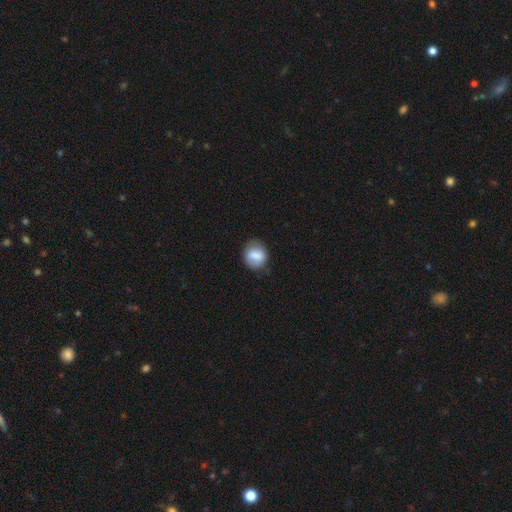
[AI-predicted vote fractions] A smooth galaxy with no disk features (74%) that is round (60%).

Vote fractions:
- Smooth or featured? smooth: 74% / featured or disk: 18% / star or artifact: 8%
- How rounded? round: 60% / in between: 38% / cigar-shaped: 2%
- Merging? none: 73% / minor disturbance: 19% / major disturbance: 6% / merger: 2%